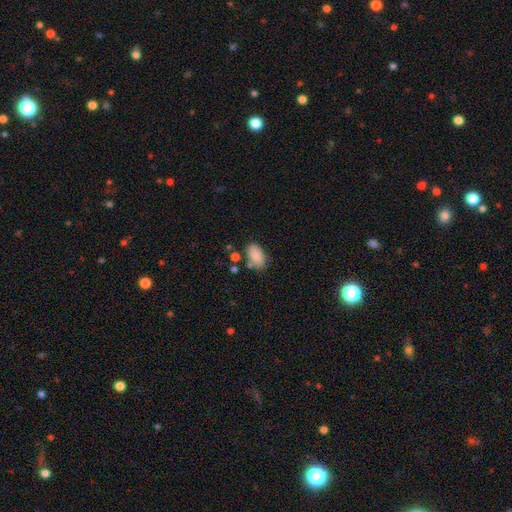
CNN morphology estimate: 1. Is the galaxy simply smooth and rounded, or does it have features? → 87% smooth, 8% star or artifact, 5% featured or disk.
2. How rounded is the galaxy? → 93% in between, 6% round, 2% cigar-shaped.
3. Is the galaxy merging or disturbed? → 70% none, 16% minor disturbance, 9% merger, 5% major disturbance.